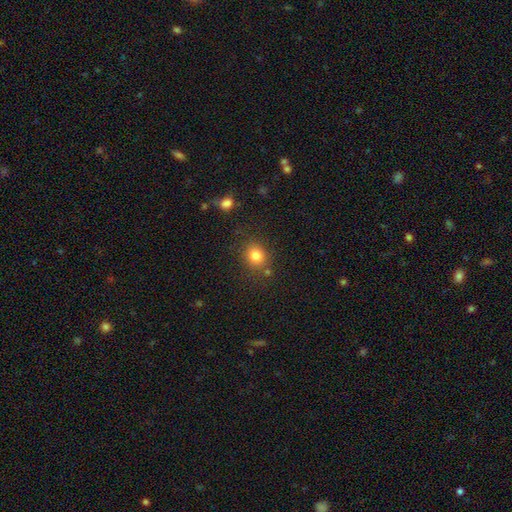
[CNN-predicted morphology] This appears to be a smooth galaxy with no disk features (81%) that is round (73%). Merging: none (79%).